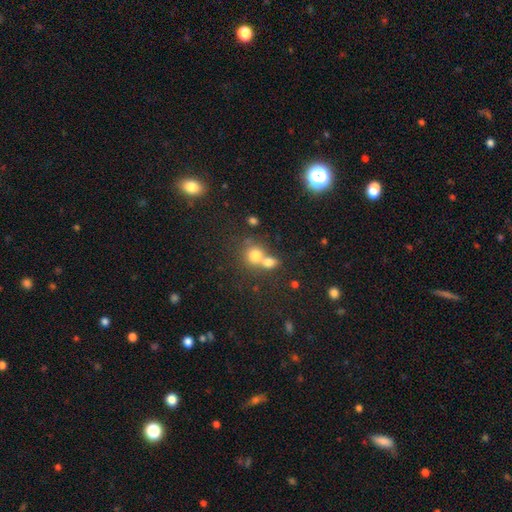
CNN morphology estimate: type=smooth (75%); roundness=round (76%); merging=merger (56%).